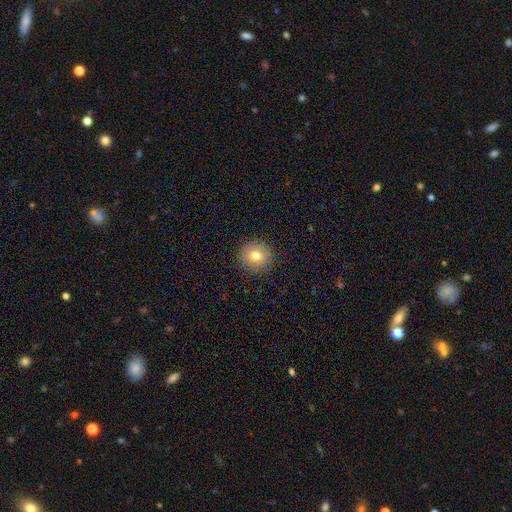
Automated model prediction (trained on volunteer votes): A smooth galaxy with no disk features (78%) that is round (91%).

Vote fractions:
- Smooth or featured? smooth: 78% / featured or disk: 12% / star or artifact: 11%
- How rounded? round: 91% / in between: 8% / cigar-shaped: 1%
- Merging? none: 89% / minor disturbance: 7% / major disturbance: 2% / merger: 1%